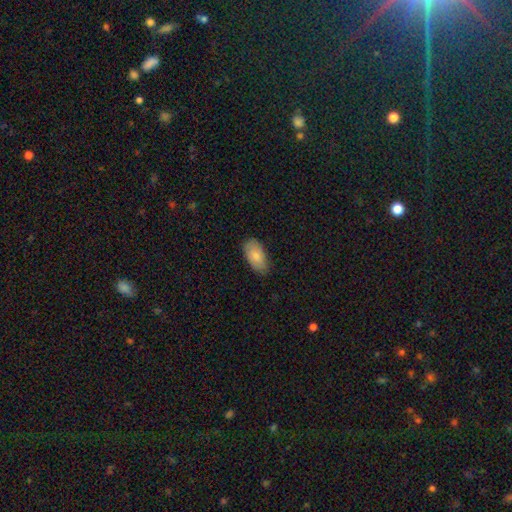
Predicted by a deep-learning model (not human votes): Smooth or featured?
  - smooth: 82% *
  - featured or disk: 12%
  - star or artifact: 6%
How rounded?
  - in between: 94% *
  - round: 3%
  - cigar-shaped: 2%
Merging?
  - none: 78% *
  - minor disturbance: 18%
  - major disturbance: 3%
  - merger: 1%